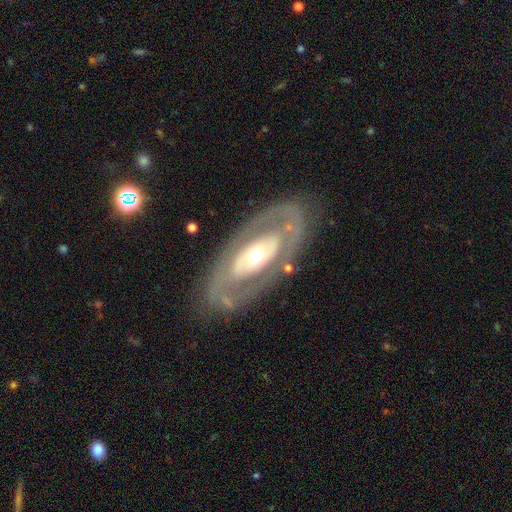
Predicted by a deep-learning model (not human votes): A featured or disk galaxy (74%) with no bar (75%), no spiral arms (66%) and a moderate central bulge (63%).

Vote fractions:
- Smooth or featured? featured or disk: 74% / smooth: 21% / star or artifact: 5%
- Edge-on disk? no: 89% / yes: 11%
- Bar? no: 75% / weak: 15% / strong: 10%
- Spiral arms? no: 66% / yes: 34%
- Bulge size? moderate: 63% / small: 22% / large: 11% / dominant: 2% / none: 1%
- Merging? none: 77% / minor disturbance: 13% / major disturbance: 8% / merger: 2%